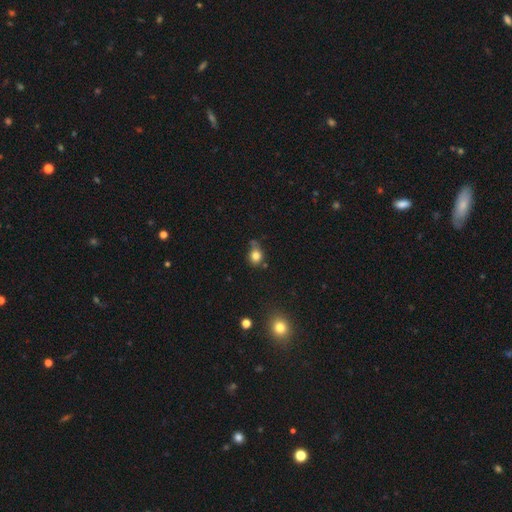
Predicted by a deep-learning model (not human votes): smooth_or_featured: smooth (p=0.81) [alt: star or artifact p=0.12]
how_rounded: round (p=0.65) [alt: in between p=0.34]
merging: none (p=0.59) [alt: minor disturbance p=0.24]